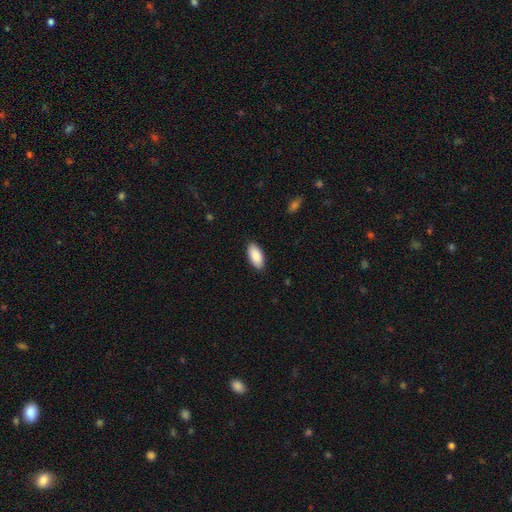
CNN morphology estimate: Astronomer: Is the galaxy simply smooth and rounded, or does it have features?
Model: smooth — 89%.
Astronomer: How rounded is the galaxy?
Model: in between — 92%.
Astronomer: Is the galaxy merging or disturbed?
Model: none — 89%.